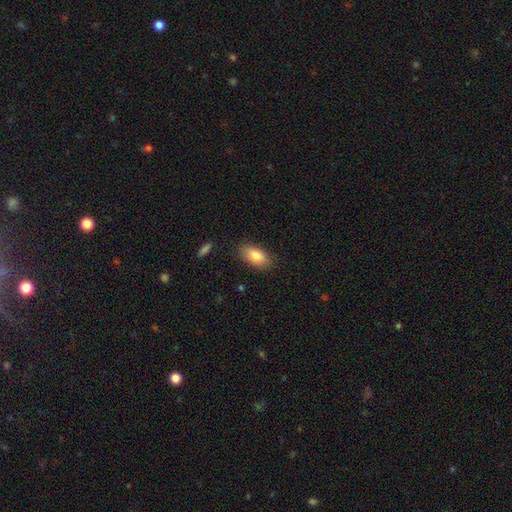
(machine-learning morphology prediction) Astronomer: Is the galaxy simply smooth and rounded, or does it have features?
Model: smooth — 84%.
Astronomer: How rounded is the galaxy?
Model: in between — 91%.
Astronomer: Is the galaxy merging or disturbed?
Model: none — 85%.